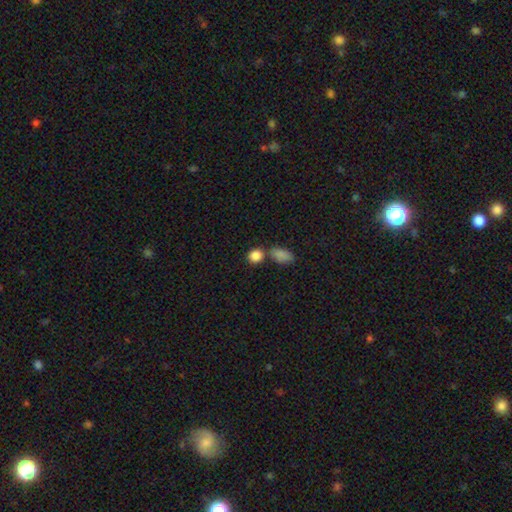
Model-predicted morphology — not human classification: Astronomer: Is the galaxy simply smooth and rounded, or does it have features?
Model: smooth — 86%.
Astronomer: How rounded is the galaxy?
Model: round — 70%.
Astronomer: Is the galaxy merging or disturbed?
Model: none — 61%.